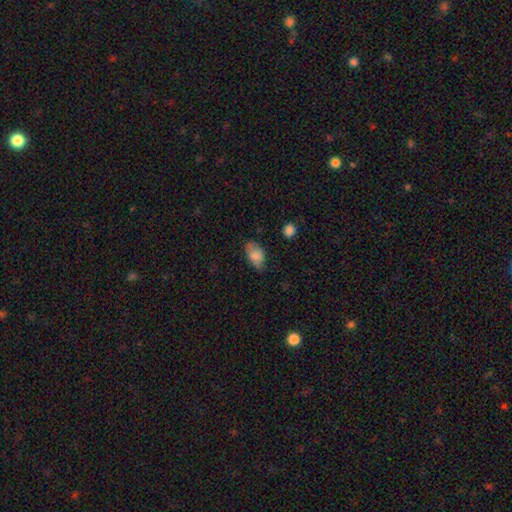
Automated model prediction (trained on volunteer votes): smooth 81%, featured or disk 11%, star or artifact 8%. Down the decision tree: how rounded — in between (90%); merging — none (62%).